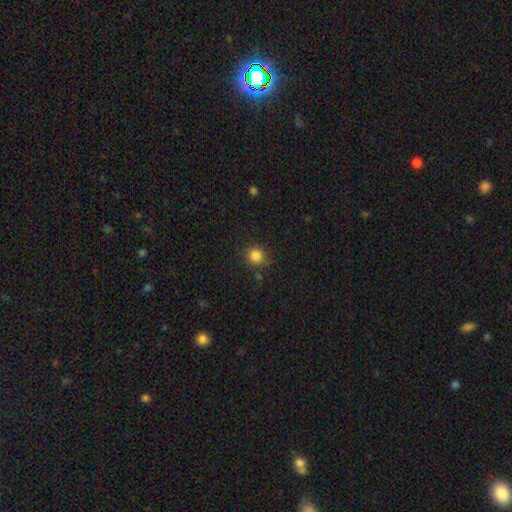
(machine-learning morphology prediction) This appears to be a smooth galaxy with no disk features (84%) that is round (88%). Merging: none (83%).